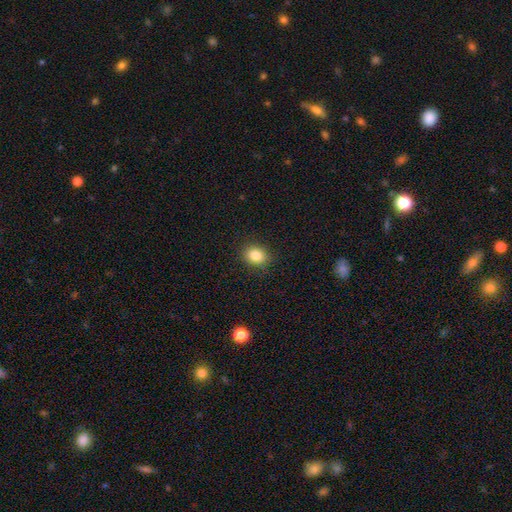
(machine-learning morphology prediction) smooth 84%, star or artifact 10%, featured or disk 6%. Down the decision tree: how rounded — round (65%); merging — none (89%).